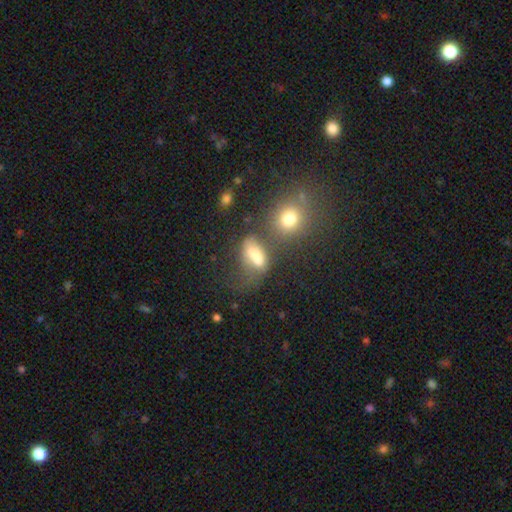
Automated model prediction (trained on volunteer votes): Smooth or featured? smooth (60%)
How rounded? in between (77%)
Merging? none (32%)